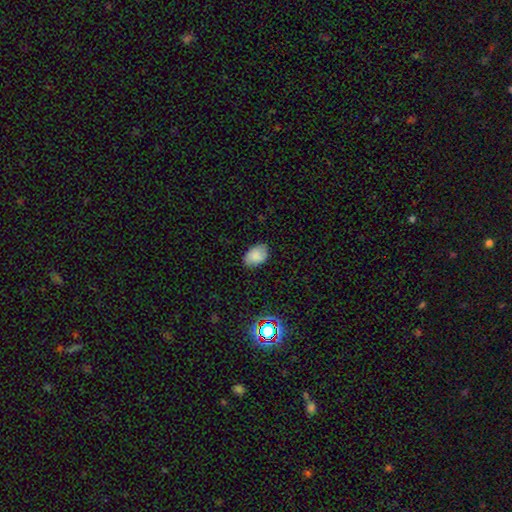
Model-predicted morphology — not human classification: Smooth or featured? Predicted: smooth (p=0.84). How rounded? Predicted: in between (p=0.86). Merging? Predicted: none (p=0.82).